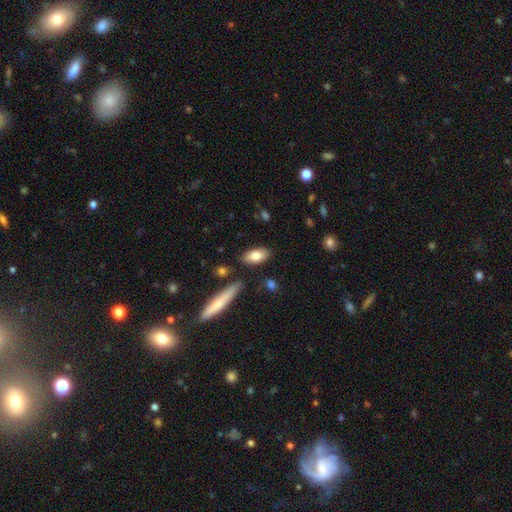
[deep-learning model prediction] A smooth galaxy with no disk features (80%) that is in between round and cigar-shaped (87%).

Vote fractions:
- Smooth or featured? smooth: 80% / featured or disk: 14% / star or artifact: 6%
- How rounded? in between: 87% / cigar-shaped: 11% / round: 3%
- Merging? none: 83% / minor disturbance: 11% / merger: 3% / major disturbance: 3%